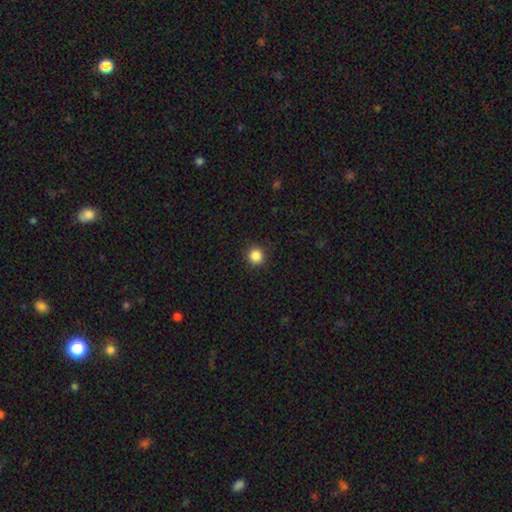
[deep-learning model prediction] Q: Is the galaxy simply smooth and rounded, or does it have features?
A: smooth — 86%.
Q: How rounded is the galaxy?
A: round — 93%.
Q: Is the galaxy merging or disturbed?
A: none — 92%.